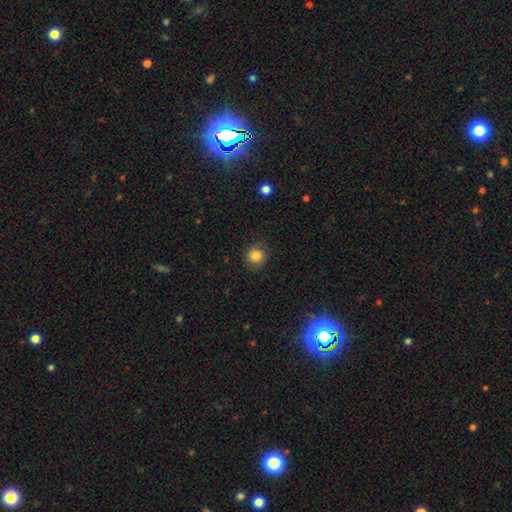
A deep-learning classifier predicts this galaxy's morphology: This appears to be a smooth galaxy with no disk features (85%) that is round (90%). Merging: none (84%).